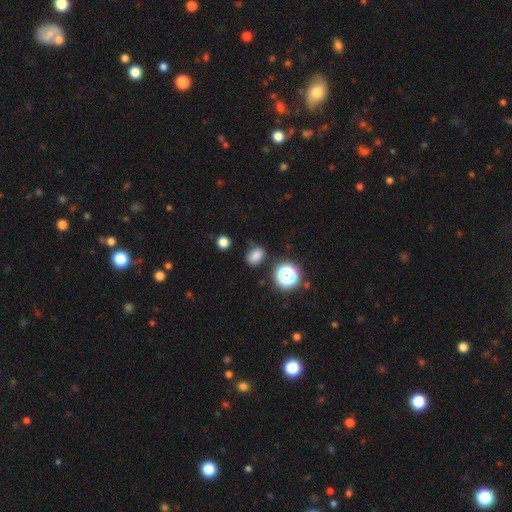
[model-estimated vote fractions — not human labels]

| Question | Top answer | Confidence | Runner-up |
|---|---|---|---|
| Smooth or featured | smooth | 75% | star or artifact (17%) |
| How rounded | in between | 61% | round (38%) |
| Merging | none | 71% | minor disturbance (19%) |